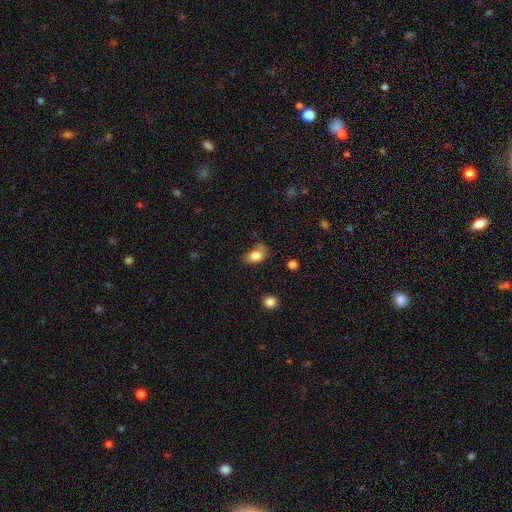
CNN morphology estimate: smooth-or-featured: smooth: 80% | featured or disk: 11% | star or artifact: 8%
  how-rounded: in between: 81% | round: 17% | cigar-shaped: 2%
  merging: none: 42% | minor disturbance: 36% | major disturbance: 18% | merger: 4%